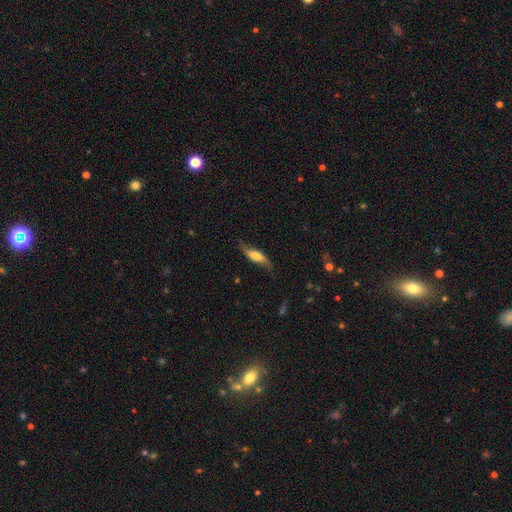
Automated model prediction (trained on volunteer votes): A featured or disk galaxy (56%).

Vote fractions:
- Smooth or featured? featured or disk: 56% / smooth: 37% / star or artifact: 7%
- Edge-on disk? no: 55% / yes: 45%
- Merging? none: 69% / minor disturbance: 22% / major disturbance: 7% / merger: 2%